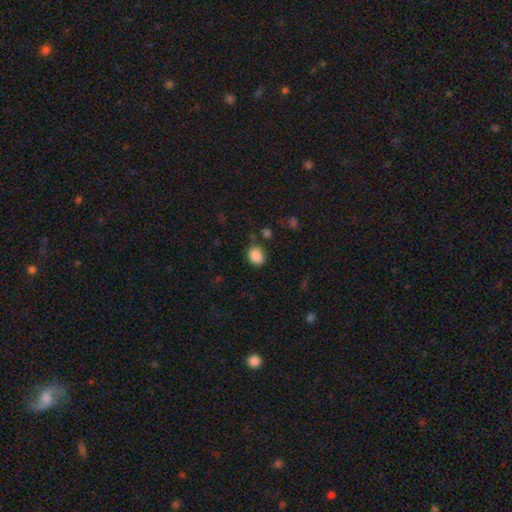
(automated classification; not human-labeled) The model was most divided on "how rounded": round: 59%, in between: 40%, cigar-shaped: 1%. More confident: smooth or featured — smooth (87%); merging — none (78%).